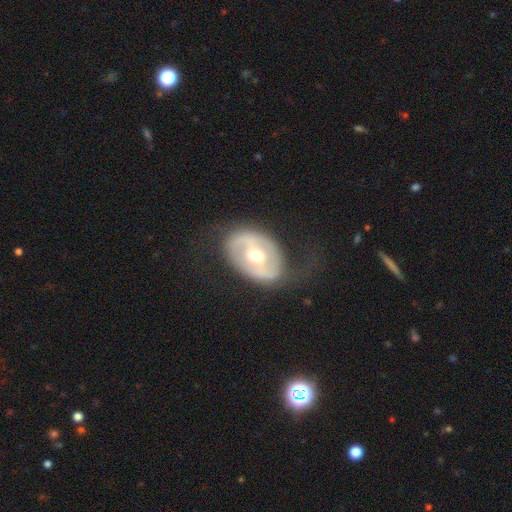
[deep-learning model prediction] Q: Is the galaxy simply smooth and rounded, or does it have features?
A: featured or disk — 70%.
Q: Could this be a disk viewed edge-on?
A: no — 94%.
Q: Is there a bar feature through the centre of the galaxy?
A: no — 36%.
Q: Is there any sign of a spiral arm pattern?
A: no — 54%.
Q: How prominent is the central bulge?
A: moderate — 72%.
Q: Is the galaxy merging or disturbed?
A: none — 63%.